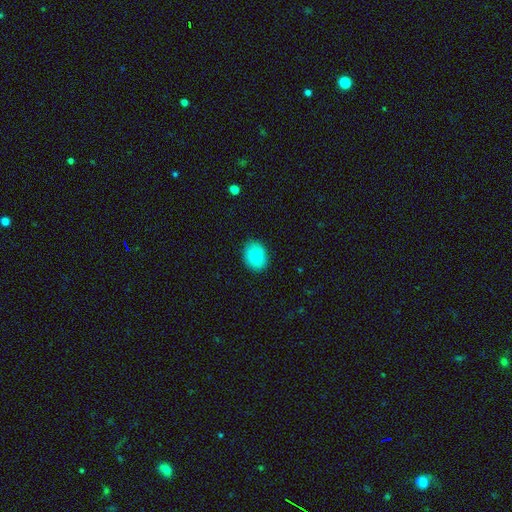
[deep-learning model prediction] The model was most divided on "how rounded": in between: 64%, round: 35%, cigar-shaped: 1%. More confident: smooth or featured — smooth (89%); merging — none (87%).